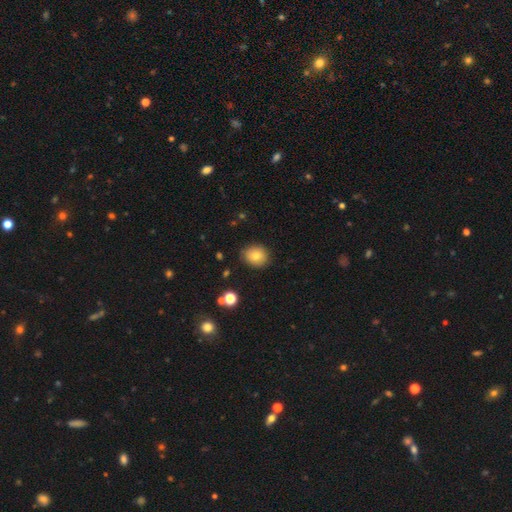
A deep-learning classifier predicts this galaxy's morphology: Overall: smooth (79%). How rounded: round (69%; in between 30%). Merging: none (86%).